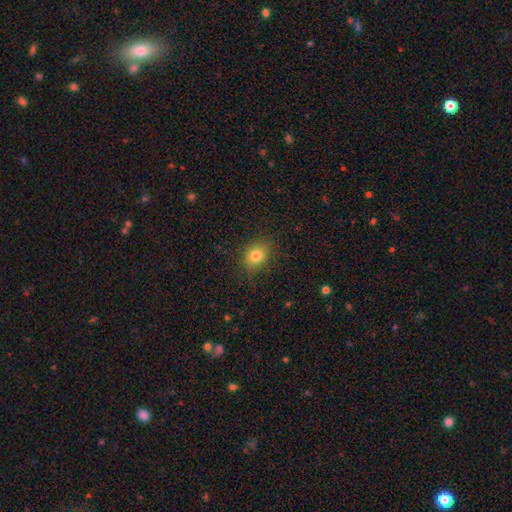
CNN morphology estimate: Smooth or featured? smooth (81%)
How rounded? round (52%)
Merging? none (84%)